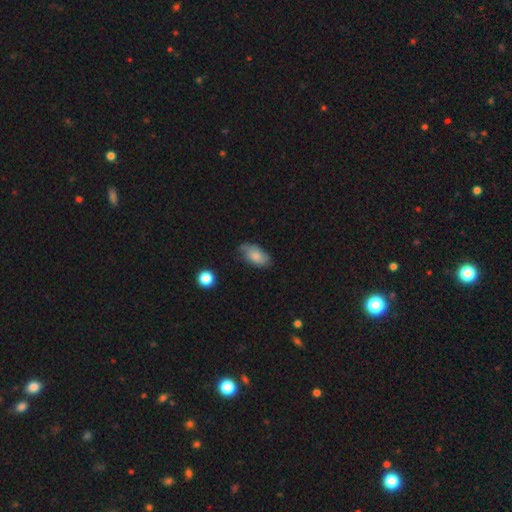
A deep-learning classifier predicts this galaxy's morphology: A smooth galaxy with no disk features (67%) that is in between round and cigar-shaped (92%).

Vote fractions:
- Smooth or featured? smooth: 67% / featured or disk: 25% / star or artifact: 8%
- How rounded? in between: 92% / round: 5% / cigar-shaped: 3%
- Merging? none: 57% / minor disturbance: 33% / major disturbance: 9% / merger: 2%